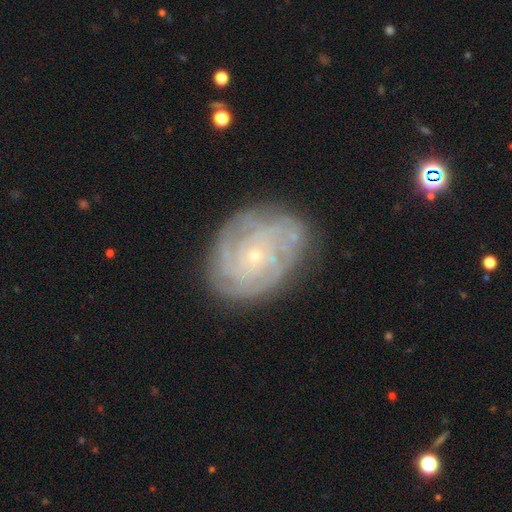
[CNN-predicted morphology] The model was most divided on "spiral arm count": can't tell: 34%, 4: 23%, 3: 14%, more than 4: 13%, 2: 10%, 1: 6%. More confident: edge-on disk — no (97%); spiral arms — yes (94%); bulge size — small (83%); smooth or featured — featured or disk (81%); bar — no (79%); merging — none (78%); spiral winding — tight (76%).